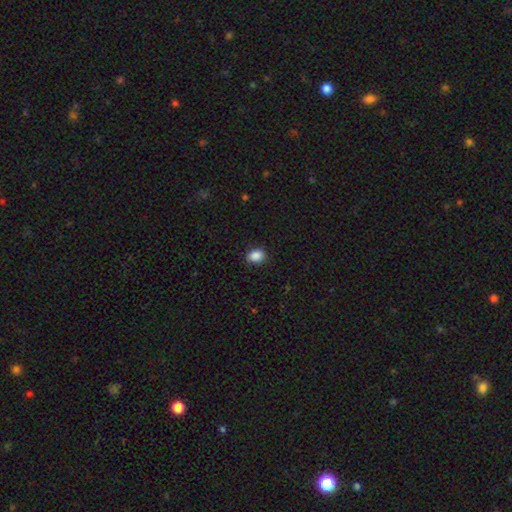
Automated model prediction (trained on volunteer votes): Overall: smooth (88%). How rounded: in between (63%; round 36%). Merging: none (88%).